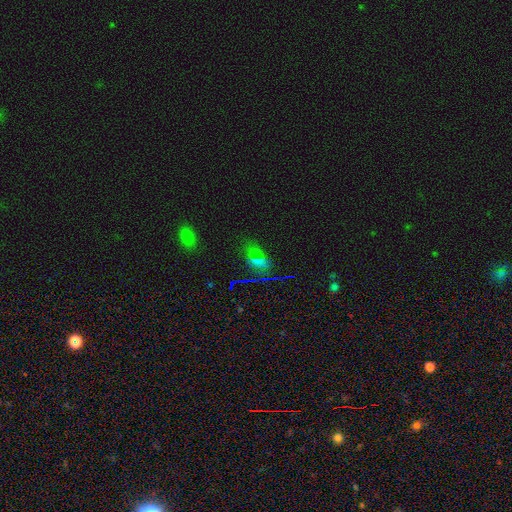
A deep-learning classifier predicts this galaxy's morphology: A smooth galaxy with no disk features (45%). Merging: none (68%).